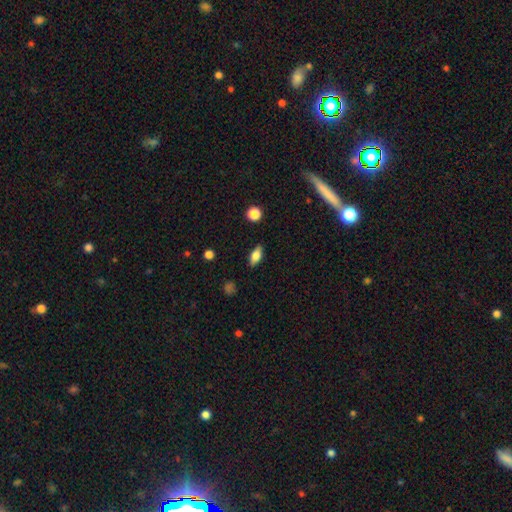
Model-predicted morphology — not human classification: The model was most divided on "smooth or featured": smooth: 77%, featured or disk: 15%, star or artifact: 8%. More confident: merging — none (86%); how rounded — in between (84%).